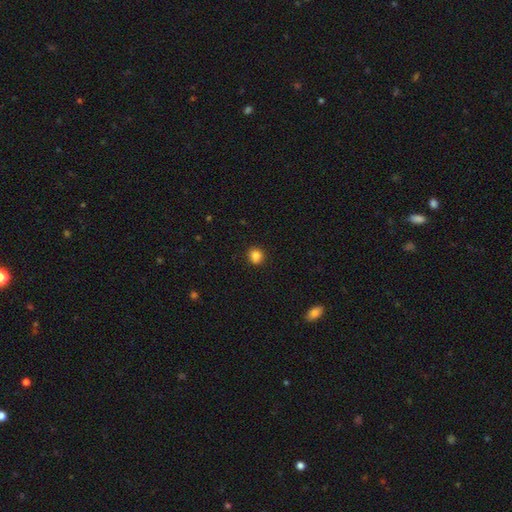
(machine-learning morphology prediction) Smooth or featured? Predicted: smooth (p=0.84). How rounded? Predicted: round (p=0.87). Merging? Predicted: none (p=0.86).